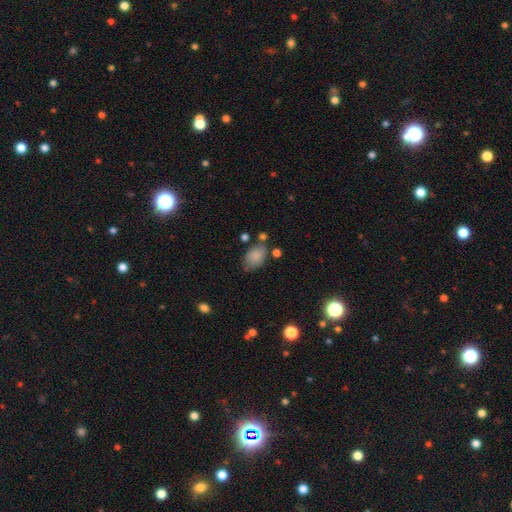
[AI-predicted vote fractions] Smooth or featured? smooth (84%)
How rounded? in between (86%)
Merging? none (64%)